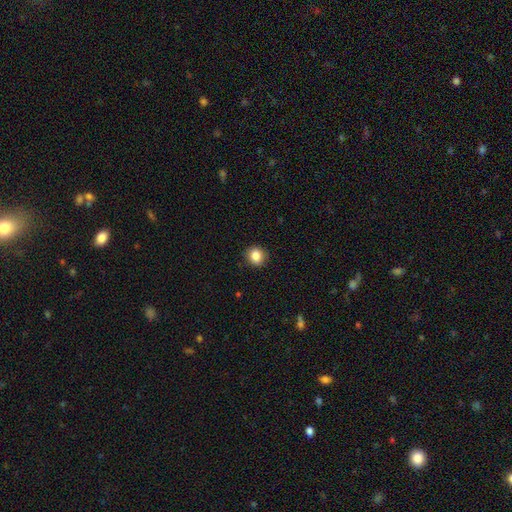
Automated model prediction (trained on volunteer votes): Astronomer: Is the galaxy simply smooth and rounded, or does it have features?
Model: smooth — 85%.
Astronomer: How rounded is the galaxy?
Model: round — 76%.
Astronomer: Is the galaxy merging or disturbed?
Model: none — 88%.